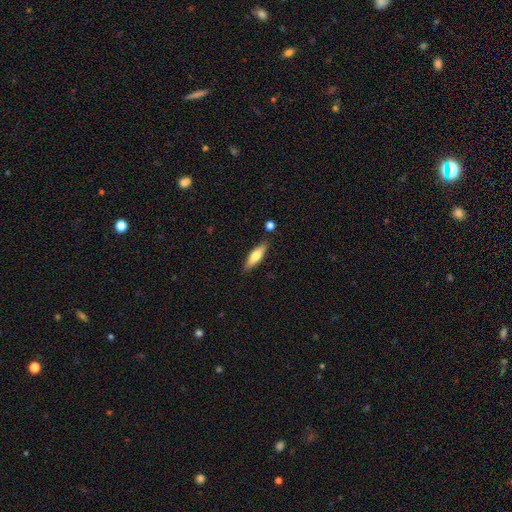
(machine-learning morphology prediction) Smooth or featured?
  - smooth: 65% *
  - featured or disk: 29%
  - star or artifact: 6%
How rounded?
  - cigar-shaped: 59% *
  - in between: 39%
  - round: 2%
Merging?
  - none: 83% *
  - minor disturbance: 11%
  - merger: 4%
  - major disturbance: 2%